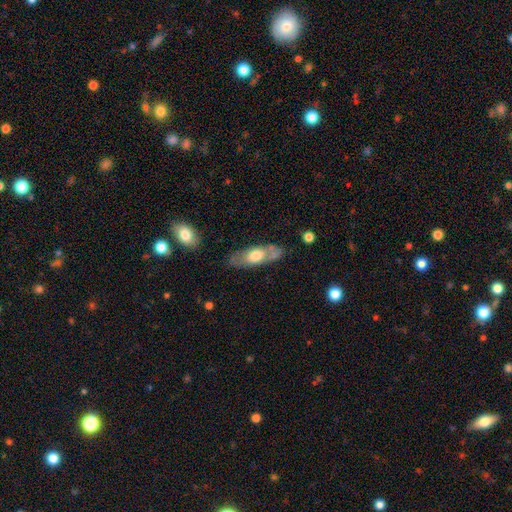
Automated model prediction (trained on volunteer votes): smooth 52%, featured or disk 43%, star or artifact 5%. Down the decision tree: how rounded — in between (68%); merging — none (71%).